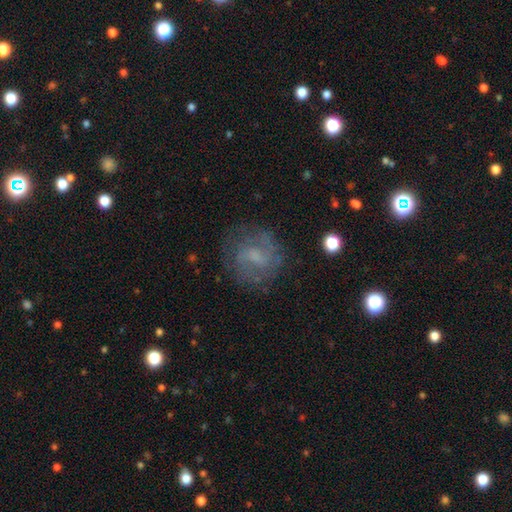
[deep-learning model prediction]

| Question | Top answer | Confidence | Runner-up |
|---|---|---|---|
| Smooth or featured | featured or disk | 64% | smooth (25%) |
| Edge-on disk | no | 97% | yes (3%) |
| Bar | weak | 54% | no (32%) |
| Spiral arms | yes | 85% | no (15%) |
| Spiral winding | medium | 46% | tight (33%) |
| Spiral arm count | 2 | 67% | can't tell (21%) |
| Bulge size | small | 38% | none (33%) |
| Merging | none | 76% | minor disturbance (14%) |